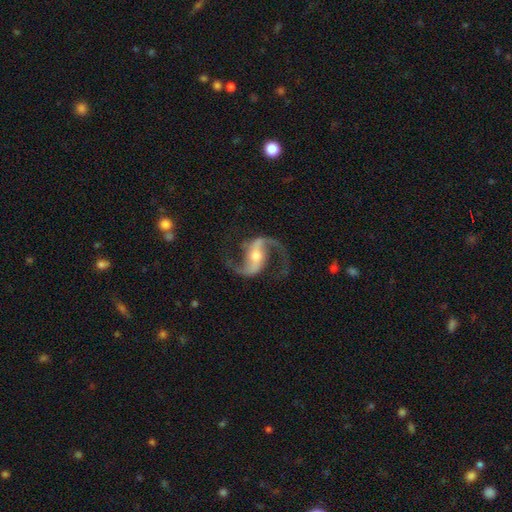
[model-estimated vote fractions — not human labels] Smooth or featured? Predicted: featured or disk (p=0.93). Edge-on disk? Predicted: no (p=0.97). Bar? Predicted: strong (p=0.46). Spiral arms? Predicted: yes (p=0.98). Spiral winding? Predicted: loose (p=0.55). Spiral arm count? Predicted: 2 (p=0.94). Bulge size? Predicted: moderate (p=0.57). Merging? Predicted: none (p=0.80).